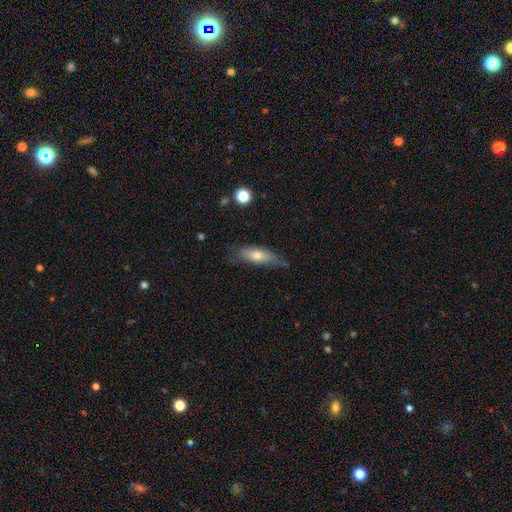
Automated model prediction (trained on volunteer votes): A smooth galaxy with no disk features (61%) that is in between round and cigar-shaped (54%). Merging: none (67%).